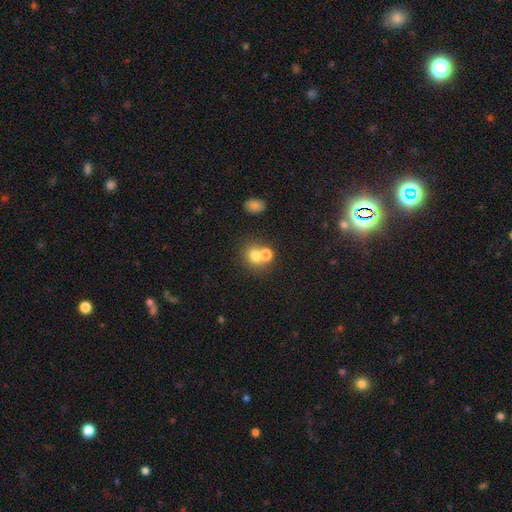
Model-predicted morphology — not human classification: This appears to be a smooth galaxy with no disk features (73%) that is round (76%). Merging: none (46%).